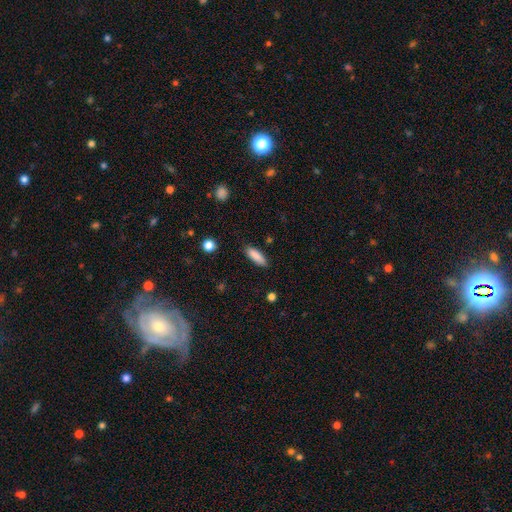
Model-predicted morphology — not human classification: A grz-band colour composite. It shows a smooth galaxy with no disk features (87%) that is in between round and cigar-shaped (51%). Merging: none (86%).